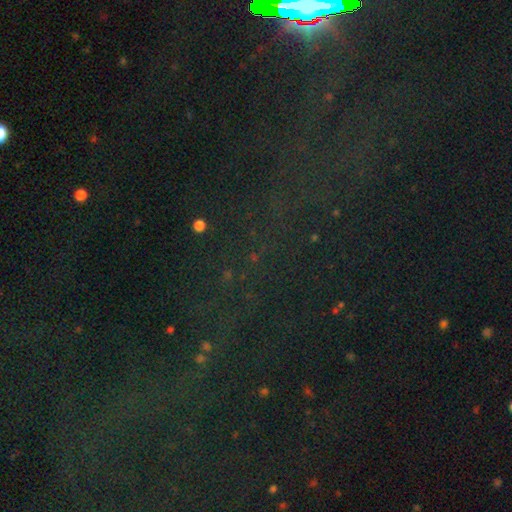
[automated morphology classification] This is likely a star or artifact rather than a galaxy (78%).